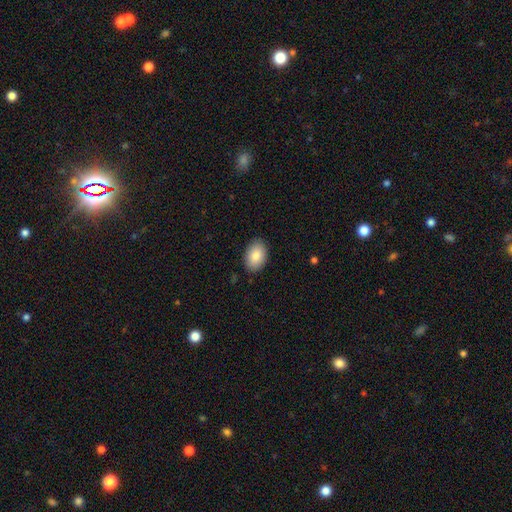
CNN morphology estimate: Smooth or featured? smooth (85%)
How rounded? in between (88%)
Merging? none (87%)